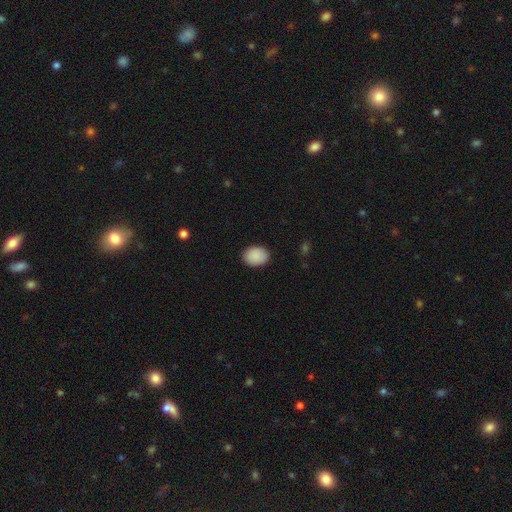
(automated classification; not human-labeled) A smooth galaxy with no disk features (90%) that is in between round and cigar-shaped (64%).

Vote fractions:
- Smooth or featured? smooth: 90% / star or artifact: 7% / featured or disk: 3%
- How rounded? in between: 64% / round: 35% / cigar-shaped: 1%
- Merging? none: 89% / minor disturbance: 8% / major disturbance: 2% / merger: 1%